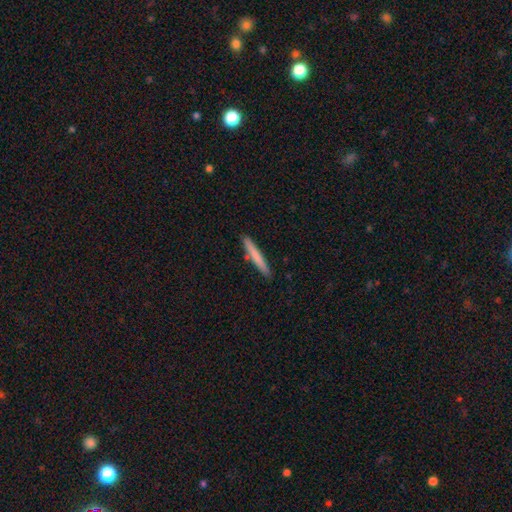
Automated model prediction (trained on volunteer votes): Smooth or featured: smooth — 73% (featured or disk — 21%)
How rounded: cigar-shaped — 96% (in between — 3%)
Merging: none — 88% (minor disturbance — 8%)